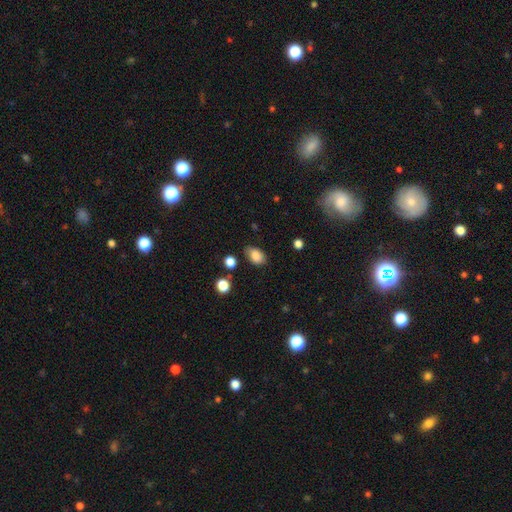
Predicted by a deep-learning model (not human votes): A smooth galaxy with no disk features (85%) that is in between round and cigar-shaped (83%). Merging: none (74%).